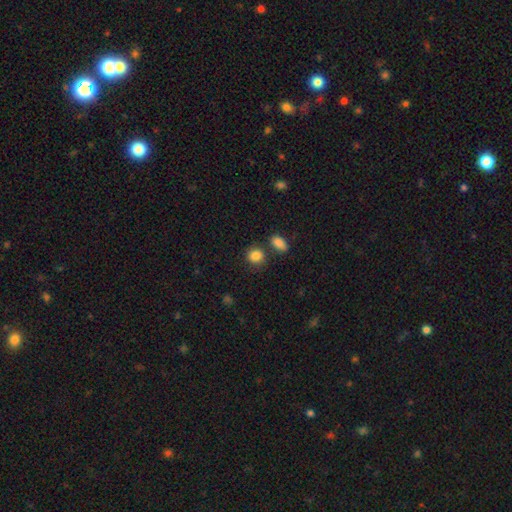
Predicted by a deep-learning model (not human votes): The model was most divided on "how rounded": round: 76%, in between: 23%, cigar-shaped: 1%. More confident: smooth or featured — smooth (87%); merging — none (73%).